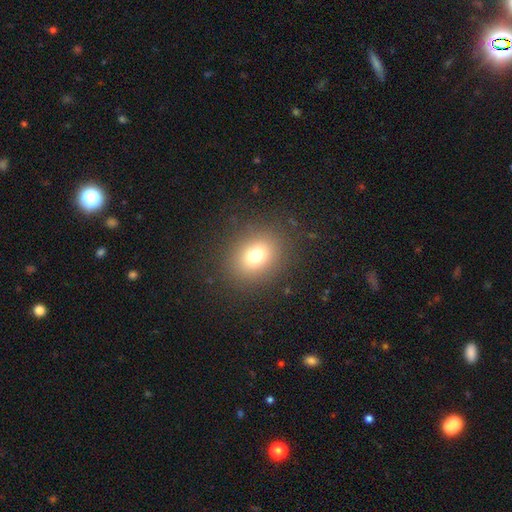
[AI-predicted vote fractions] Overall: smooth (74%). How rounded: round (61%; in between 38%). Merging: none (86%).